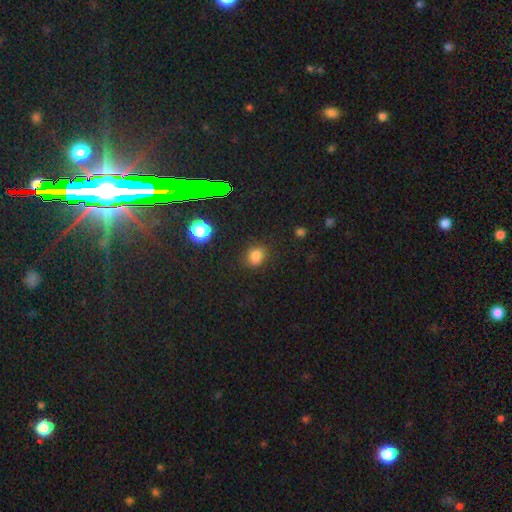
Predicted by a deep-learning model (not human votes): Smooth or featured: smooth — 78% (star or artifact — 17%)
How rounded: round — 66% (in between — 33%)
Merging: none — 81% (minor disturbance — 13%)